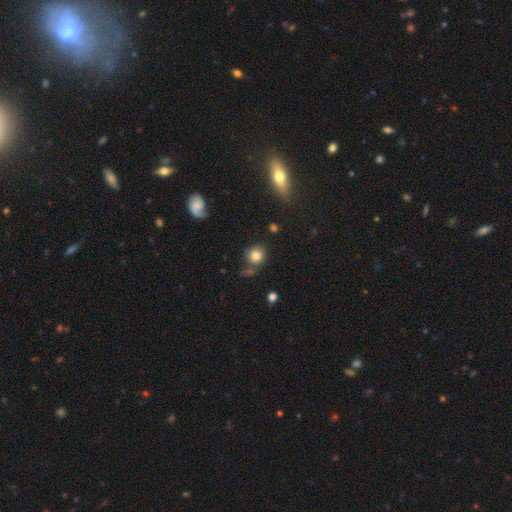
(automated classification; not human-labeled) Smooth or featured? Predicted: smooth (p=0.81). How rounded? Predicted: round (p=0.88). Merging? Predicted: none (p=0.69).